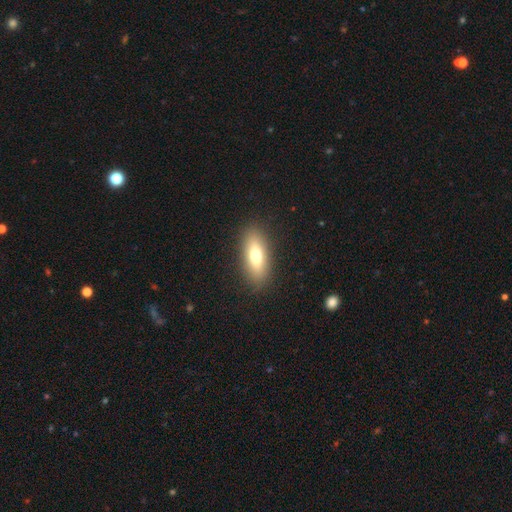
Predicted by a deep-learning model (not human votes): A smooth galaxy with no disk features (71%) that is in between round and cigar-shaped (66%). Merging: none (88%).